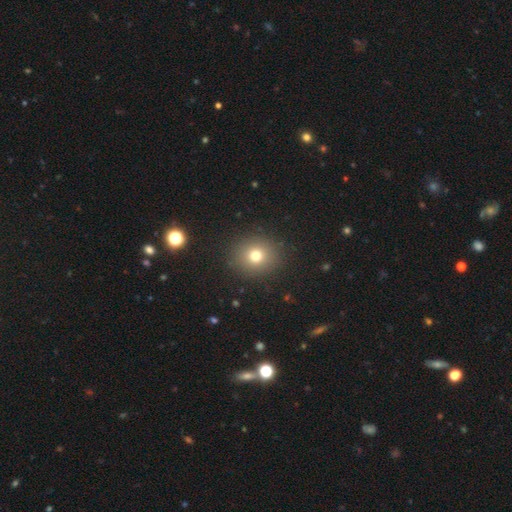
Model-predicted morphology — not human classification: Smooth or featured: smooth — 74% (star or artifact — 16%)
How rounded: round — 87% (in between — 13%)
Merging: none — 90% (minor disturbance — 6%)